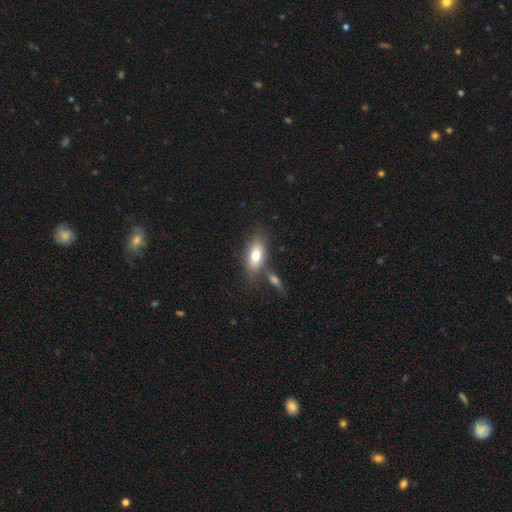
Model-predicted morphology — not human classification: The model was most divided on "merging": none: 60%, merger: 21%, minor disturbance: 14%, major disturbance: 5%. More confident: how rounded — in between (88%); smooth or featured — smooth (74%).